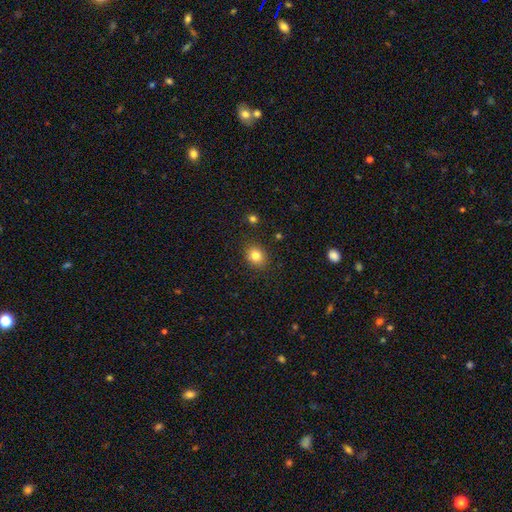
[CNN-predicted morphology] Smooth or featured? Predicted: smooth (p=0.82). How rounded? Predicted: round (p=0.62). Merging? Predicted: none (p=0.88).